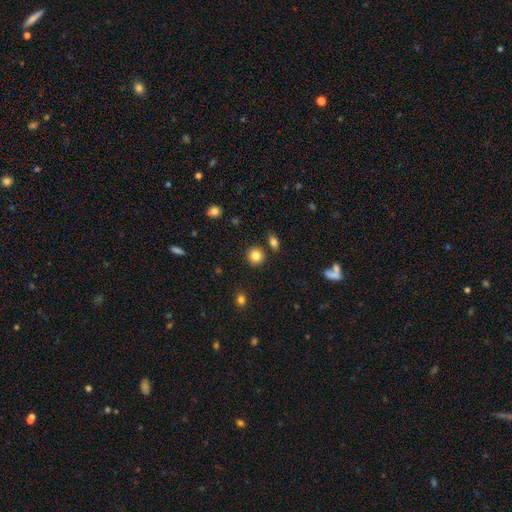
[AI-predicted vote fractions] Morphology: type=smooth (84%); roundness=round (91%); merging=none (86%).